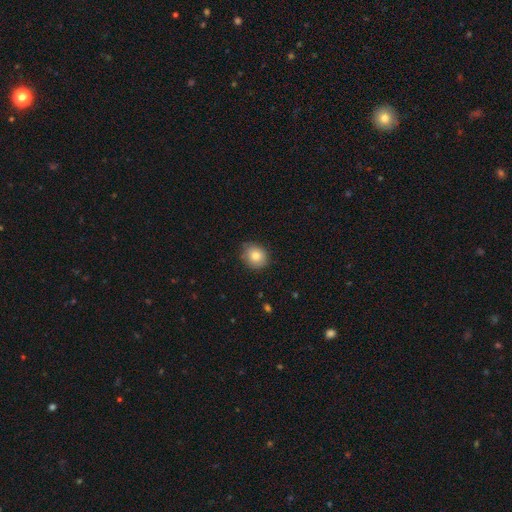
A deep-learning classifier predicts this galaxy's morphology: smooth_or_featured: smooth (p=0.81) [alt: featured or disk p=0.10]
how_rounded: round (p=0.78) [alt: in between p=0.22]
merging: none (p=0.79) [alt: minor disturbance p=0.18]